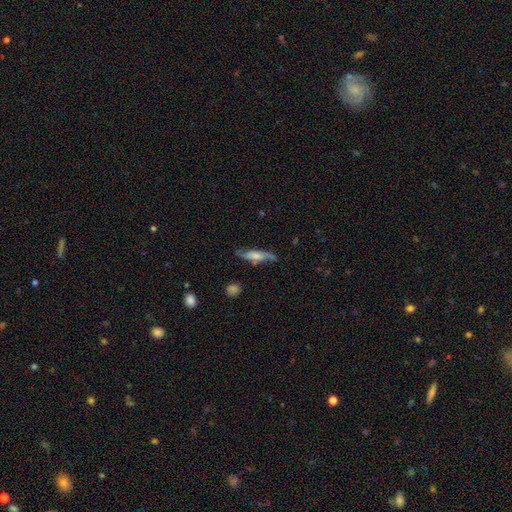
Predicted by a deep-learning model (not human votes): This is possibly a featured or disk galaxy (50%). It is possibly viewed edge-on (54%). Merging: likely none (67%).